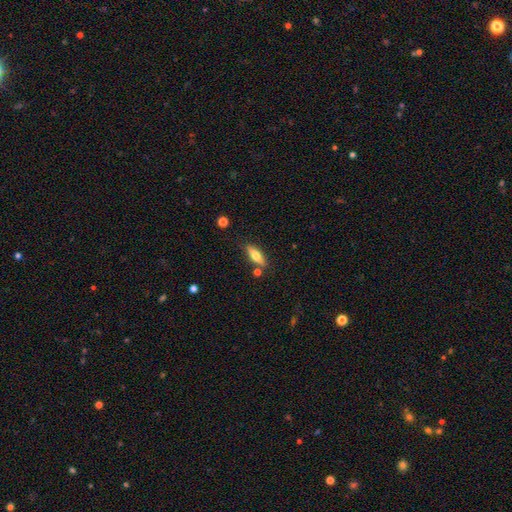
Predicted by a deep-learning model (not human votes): A smooth galaxy with no disk features (55%) that is in between round and cigar-shaped (50%). Merging: none (80%).